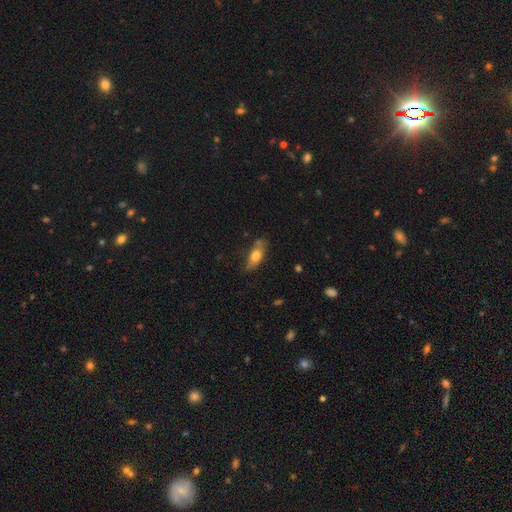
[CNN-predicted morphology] This appears to be a smooth galaxy with no disk features (68%) that is in between round and cigar-shaped (72%). Merging: none (64%).